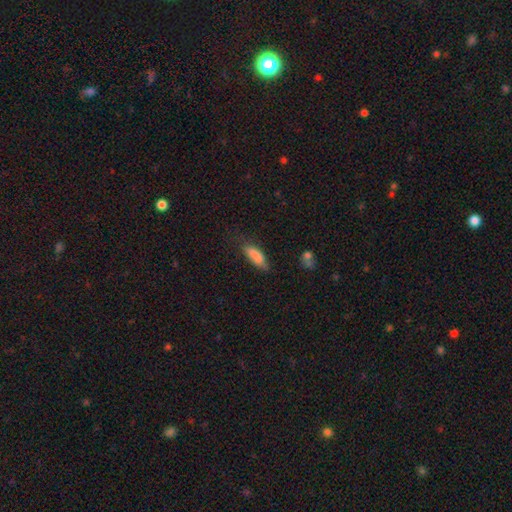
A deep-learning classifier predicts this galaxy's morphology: smooth 80%, featured or disk 12%, star or artifact 8%. Down the decision tree: how rounded — in between (67%); merging — none (50%).